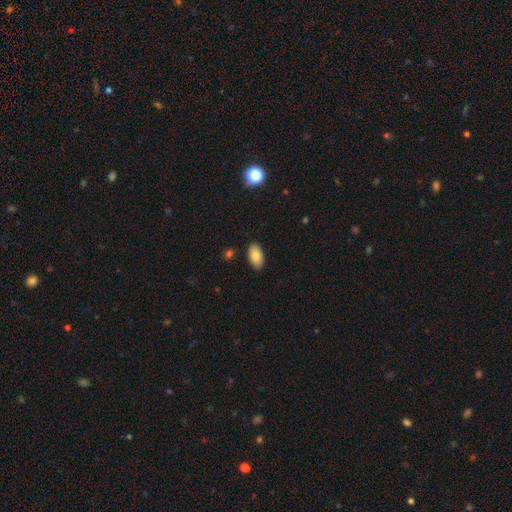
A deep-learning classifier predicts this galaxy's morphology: smooth-or-featured: smooth: 85% | featured or disk: 8% | star or artifact: 7%
  how-rounded: in between: 95% | round: 3% | cigar-shaped: 2%
  merging: none: 88% | minor disturbance: 9% | major disturbance: 2% | merger: 1%